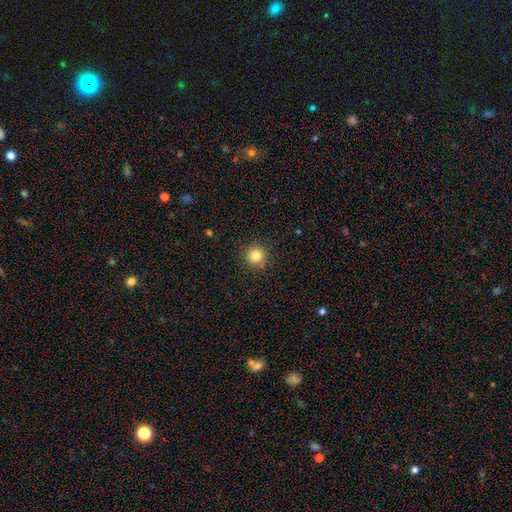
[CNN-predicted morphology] Q: Smooth or featured?
A: smooth (82%); runner-up: star or artifact (12%)
Q: How rounded?
A: round (95%); runner-up: in between (5%)
Q: Merging?
A: none (90%); runner-up: minor disturbance (7%)